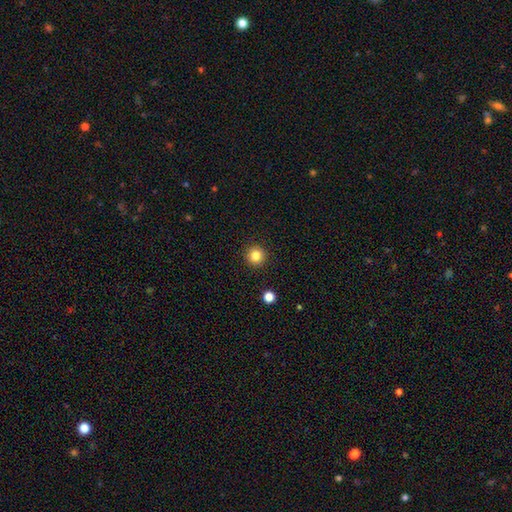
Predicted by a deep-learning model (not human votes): smooth_or_featured: smooth (p=0.83) [alt: star or artifact p=0.12]
how_rounded: round (p=0.96) [alt: in between p=0.03]
merging: none (p=0.93) [alt: minor disturbance p=0.04]